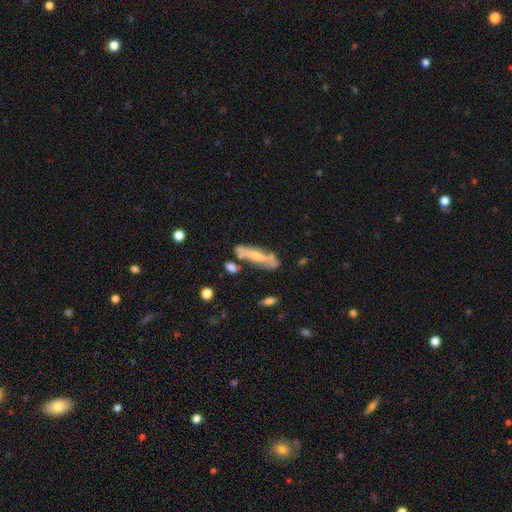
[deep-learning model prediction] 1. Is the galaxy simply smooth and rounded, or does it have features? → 54% featured or disk, 39% smooth, 7% star or artifact.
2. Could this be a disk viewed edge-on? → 53% yes, 47% no.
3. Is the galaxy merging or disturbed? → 59% none, 22% minor disturbance, 11% merger, 8% major disturbance.